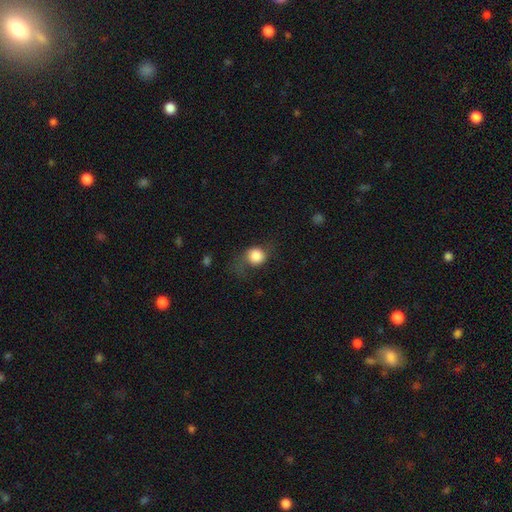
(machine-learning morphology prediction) Smooth or featured: smooth — 79% (featured or disk — 12%)
How rounded: round — 75% (in between — 24%)
Merging: none — 49% (minor disturbance — 25%)